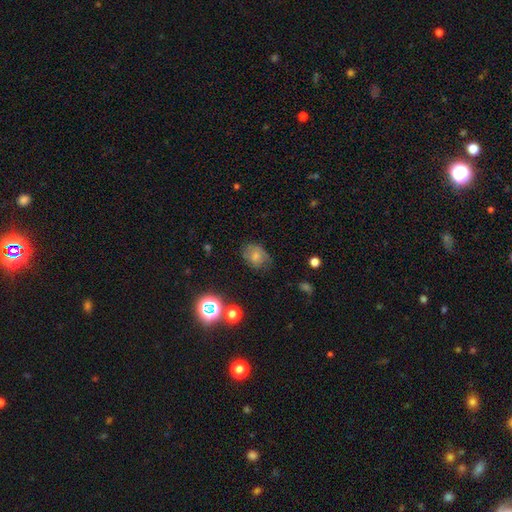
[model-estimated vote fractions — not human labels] Smooth or featured? smooth (66%)
How rounded? in between (50%)
Merging? none (60%)